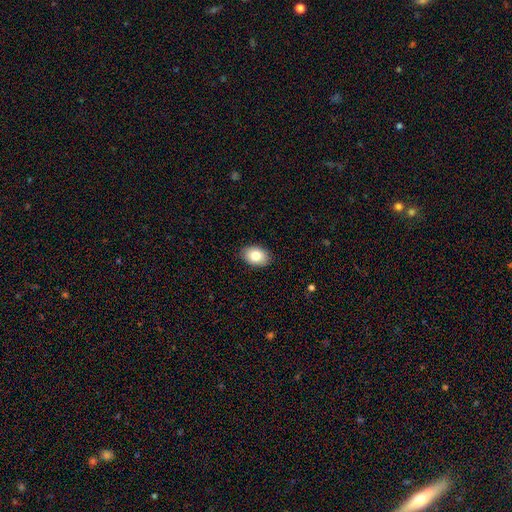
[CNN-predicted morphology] A smooth galaxy with no disk features (84%) that is in between round and cigar-shaped (83%). Merging: none (88%).